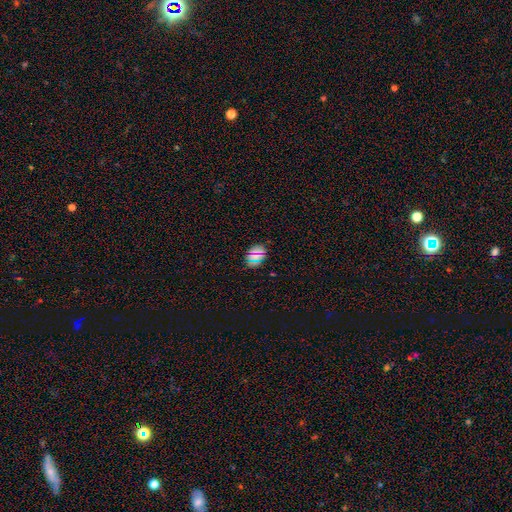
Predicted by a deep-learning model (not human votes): smooth-or-featured: smooth: 64% | star or artifact: 28% | featured or disk: 9%
  how-rounded: in between: 60% | round: 36% | cigar-shaped: 4%
  merging: none: 84% | minor disturbance: 11% | major disturbance: 3% | merger: 2%